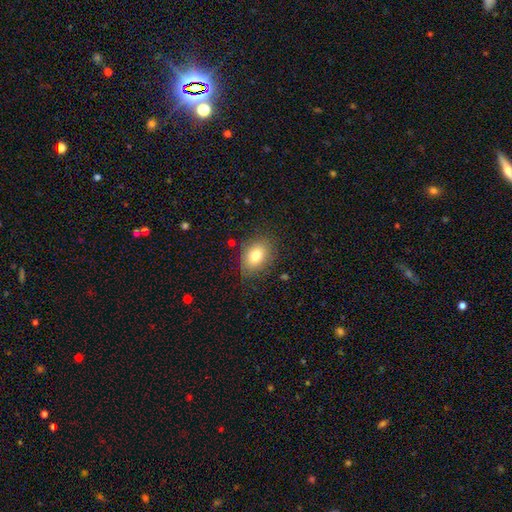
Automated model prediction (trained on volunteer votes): Smooth or featured: smooth — 79% (featured or disk — 12%)
How rounded: in between — 75% (round — 24%)
Merging: none — 78% (minor disturbance — 16%)